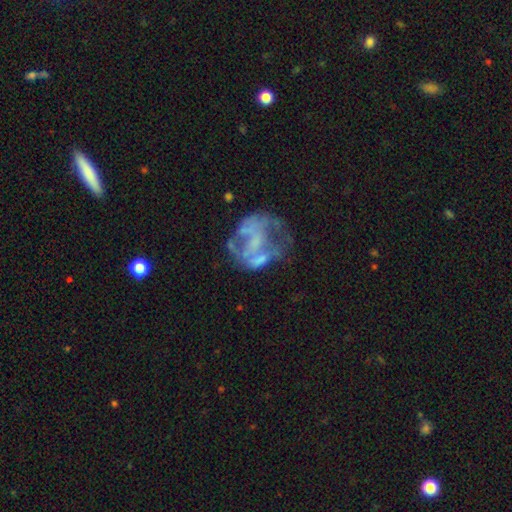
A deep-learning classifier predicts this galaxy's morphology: smooth_or_featured: featured or disk (p=0.67) [alt: smooth p=0.21]
disk_edge_on: no (p=0.98) [alt: yes p=0.02]
bar: no (p=0.71) [alt: weak p=0.21]
has_spiral_arms: no (p=0.73) [alt: yes p=0.27]
bulge_size: none (p=0.63) [alt: small p=0.17]
merging: major disturbance (p=0.38) [alt: none p=0.33]